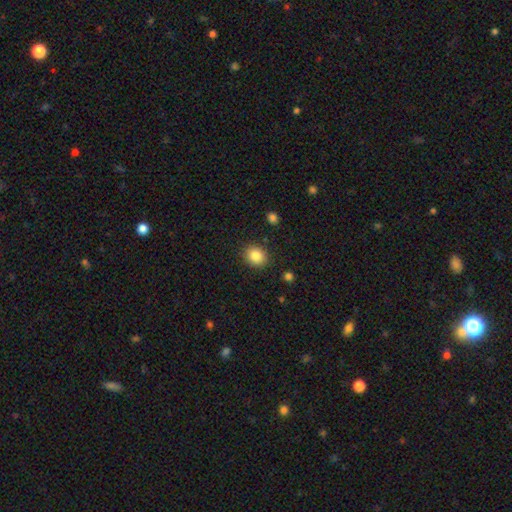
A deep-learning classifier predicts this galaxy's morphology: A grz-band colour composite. It shows a smooth galaxy with no disk features (85%) that is round (63%). Merging: none (88%).